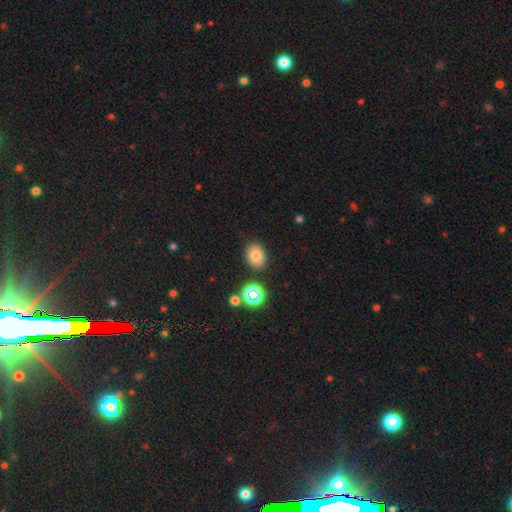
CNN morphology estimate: A smooth galaxy with no disk features (78%) that is in between round and cigar-shaped (71%). Merging: none (84%).